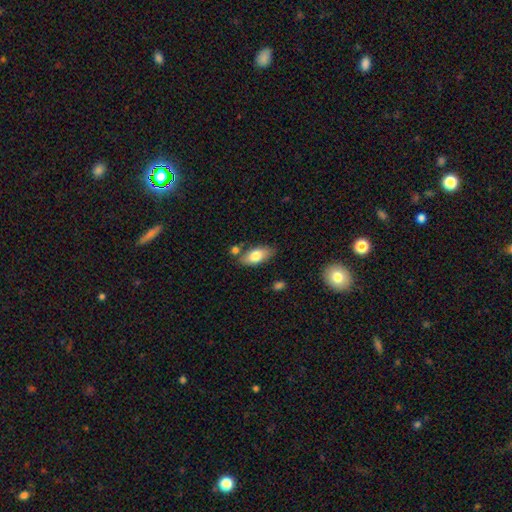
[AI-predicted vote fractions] Smooth or featured? Predicted: smooth (p=0.76). How rounded? Predicted: in between (p=0.88). Merging? Predicted: none (p=0.72).